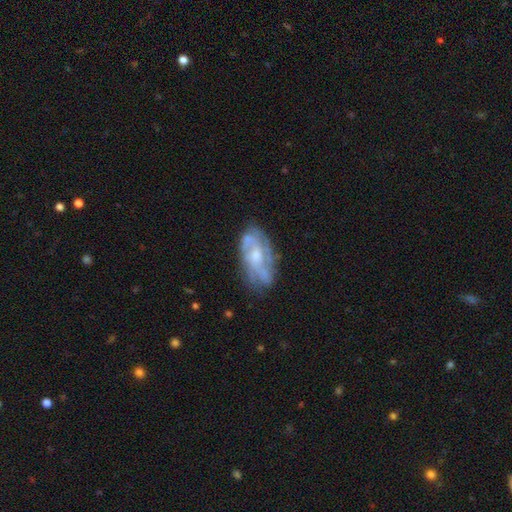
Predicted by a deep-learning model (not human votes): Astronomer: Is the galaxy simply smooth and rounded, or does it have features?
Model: featured or disk — 75%.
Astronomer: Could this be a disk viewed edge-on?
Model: no — 94%.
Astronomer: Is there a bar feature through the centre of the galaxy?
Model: no — 66%.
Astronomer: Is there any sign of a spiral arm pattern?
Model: yes — 79%.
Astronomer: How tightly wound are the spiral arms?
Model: medium — 41% (runner-up: tight, 40%).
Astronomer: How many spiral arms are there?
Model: can't tell — 38% (runner-up: 2, 30%).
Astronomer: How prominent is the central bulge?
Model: moderate — 49% (runner-up: small, 38%).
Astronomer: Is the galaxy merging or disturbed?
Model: none — 65%.